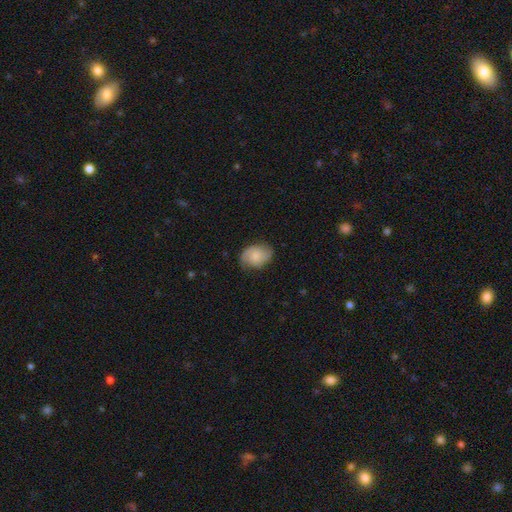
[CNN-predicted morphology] type=smooth (51%); roundness=in between (68%); merging=none (73%).